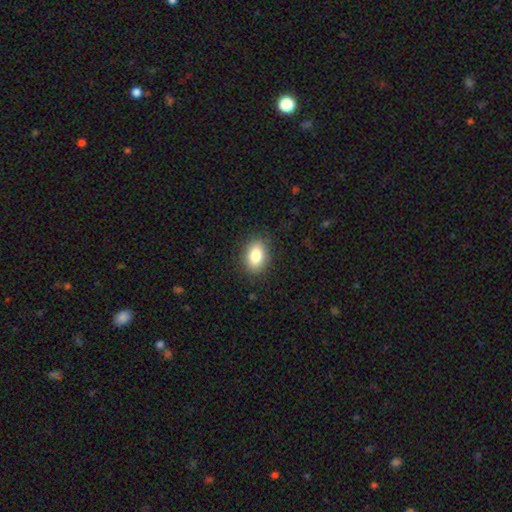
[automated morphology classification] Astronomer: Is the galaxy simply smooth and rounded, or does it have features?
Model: smooth — 83%.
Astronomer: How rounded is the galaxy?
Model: in between — 81%.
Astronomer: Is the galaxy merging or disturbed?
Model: none — 86%.